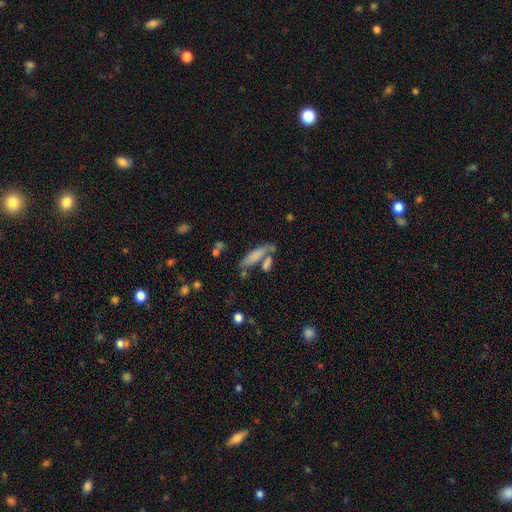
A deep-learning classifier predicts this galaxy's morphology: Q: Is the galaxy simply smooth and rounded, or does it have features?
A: smooth — 71%.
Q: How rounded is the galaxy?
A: cigar-shaped — 61%.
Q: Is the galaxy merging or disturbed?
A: none — 51%.